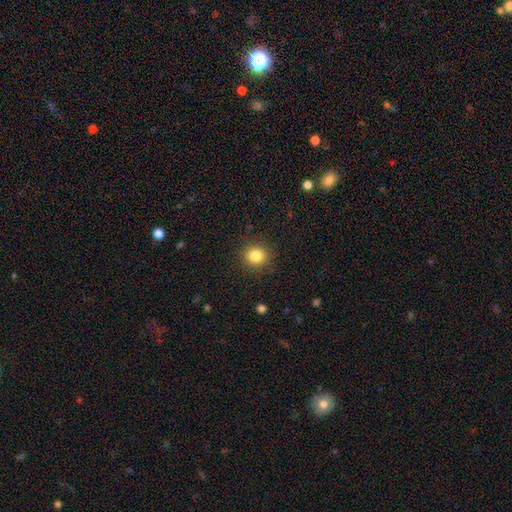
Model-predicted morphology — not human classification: smooth-or-featured: smooth: 84% | star or artifact: 11% | featured or disk: 5%
  how-rounded: round: 86% | in between: 13% | cigar-shaped: 1%
  merging: none: 89% | minor disturbance: 7% | major disturbance: 3% | merger: 1%